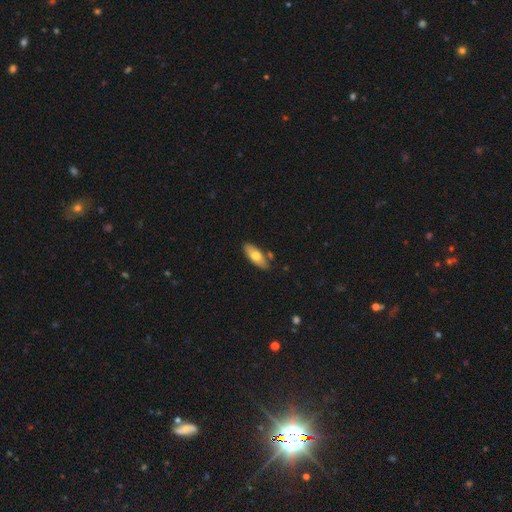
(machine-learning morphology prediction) Q: Smooth or featured?
A: smooth (67%); runner-up: featured or disk (27%)
Q: How rounded?
A: in between (76%); runner-up: cigar-shaped (22%)
Q: Merging?
A: none (81%); runner-up: minor disturbance (12%)